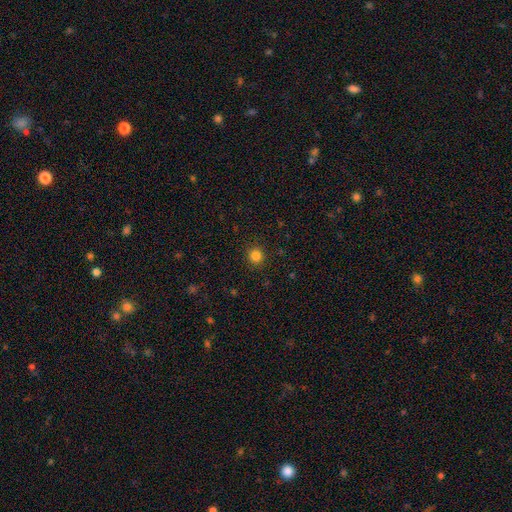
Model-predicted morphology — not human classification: Smooth or featured?
  - smooth: 84% *
  - star or artifact: 13%
  - featured or disk: 4%
How rounded?
  - round: 92% *
  - in between: 7%
  - cigar-shaped: 1%
Merging?
  - none: 91% *
  - minor disturbance: 6%
  - major disturbance: 2%
  - merger: 1%